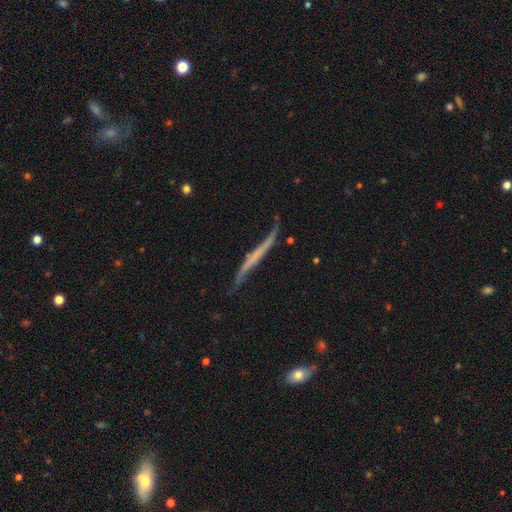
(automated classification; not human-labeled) A featured or disk galaxy (65%) viewed edge-on (82%) with no central bulge (79%). Merging: none (56%).